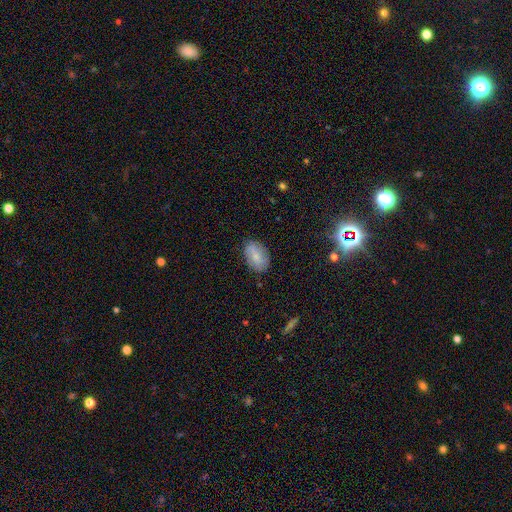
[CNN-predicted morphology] Smooth or featured?
  - smooth: 70% *
  - featured or disk: 23%
  - star or artifact: 8%
How rounded?
  - in between: 89% *
  - round: 10%
  - cigar-shaped: 2%
Merging?
  - none: 82% *
  - minor disturbance: 14%
  - major disturbance: 3%
  - merger: 1%